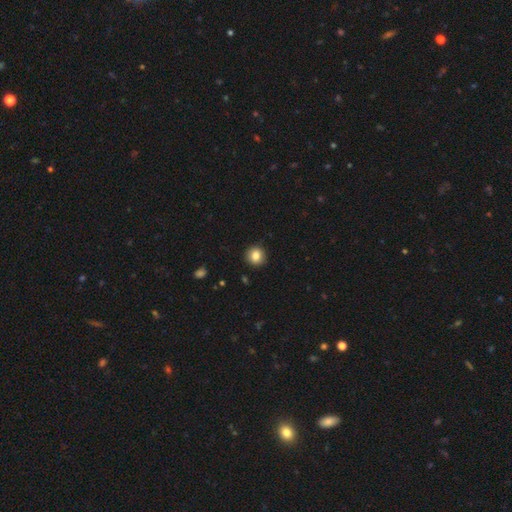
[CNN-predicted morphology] Smooth or featured? smooth (84%)
How rounded? round (92%)
Merging? none (91%)